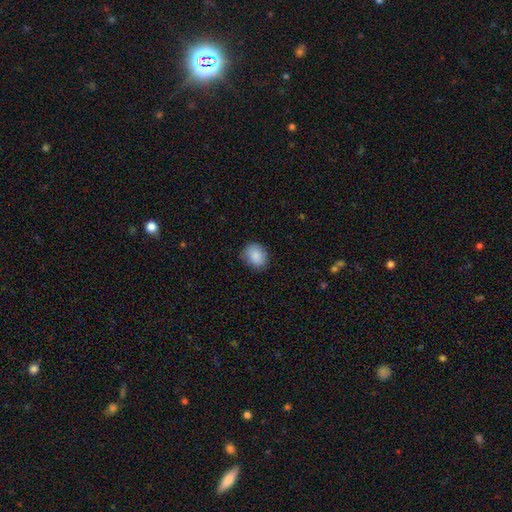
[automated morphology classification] smooth 88%, star or artifact 7%, featured or disk 4%. Down the decision tree: how rounded — in between (55%); merging — none (82%).